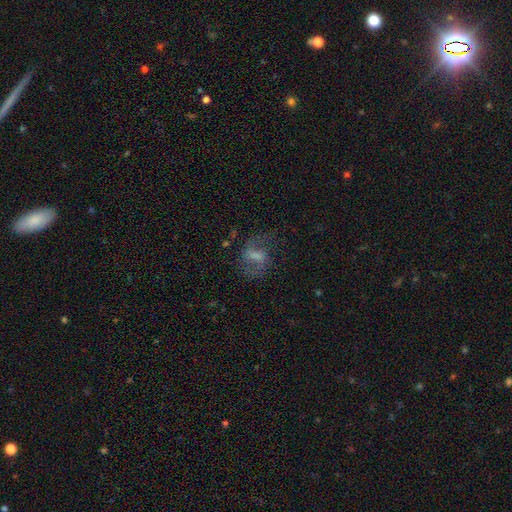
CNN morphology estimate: type=featured or disk (59%); edge-on=no (95%); bar=weak (49%); spiral arms=yes (81%); bulge=moderate (33%); merging=none (64%).